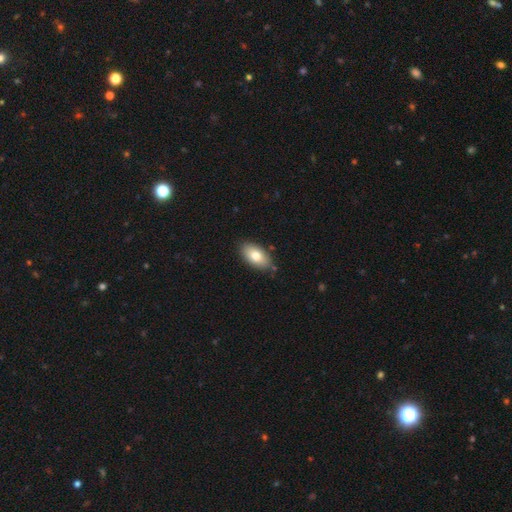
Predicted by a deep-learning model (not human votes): Overall: smooth (78%). How rounded: in between (93%). Merging: none (83%).